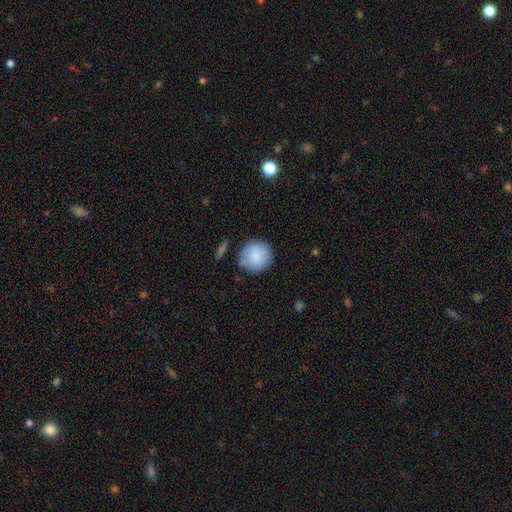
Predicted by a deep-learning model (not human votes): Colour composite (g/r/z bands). It shows a smooth galaxy with no disk features (87%) that is round (94%). Merging: none (82%).